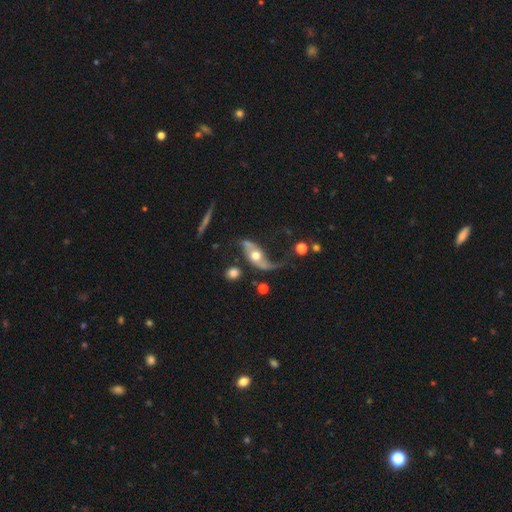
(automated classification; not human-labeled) Q: Smooth or featured?
A: featured or disk (78%); runner-up: smooth (16%)
Q: Edge-on disk?
A: no (90%); runner-up: yes (10%)
Q: Bar?
A: no (69%); runner-up: weak (22%)
Q: Spiral arms?
A: yes (89%); runner-up: no (11%)
Q: Spiral winding?
A: loose (87%); runner-up: medium (10%)
Q: Spiral arm count?
A: 2 (85%); runner-up: 1 (10%)
Q: Bulge size?
A: moderate (69%); runner-up: large (17%)
Q: Merging?
A: none (43%); runner-up: major disturbance (28%)